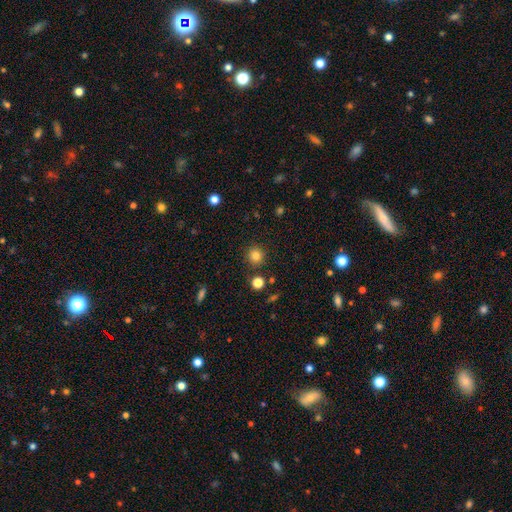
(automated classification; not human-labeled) This is clearly a smooth galaxy (83%). How rounded: clearly round (91%). Merging: clearly none (88%).